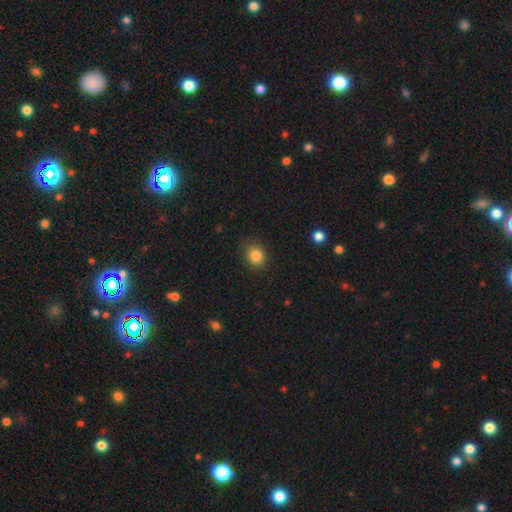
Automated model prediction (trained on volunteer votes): smooth-or-featured: smooth: 84% | star or artifact: 11% | featured or disk: 5%
  how-rounded: round: 70% | in between: 29% | cigar-shaped: 1%
  merging: none: 85% | minor disturbance: 11% | major disturbance: 3% | merger: 1%